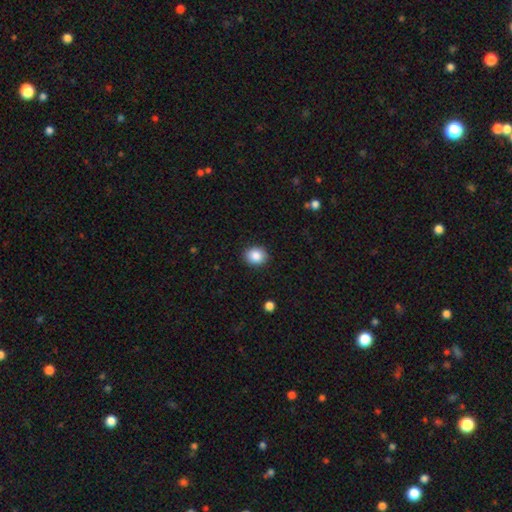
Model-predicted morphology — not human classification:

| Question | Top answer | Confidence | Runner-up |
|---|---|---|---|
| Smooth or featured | smooth | 87% | star or artifact (9%) |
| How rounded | round | 68% | in between (31%) |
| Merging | none | 90% | minor disturbance (7%) |